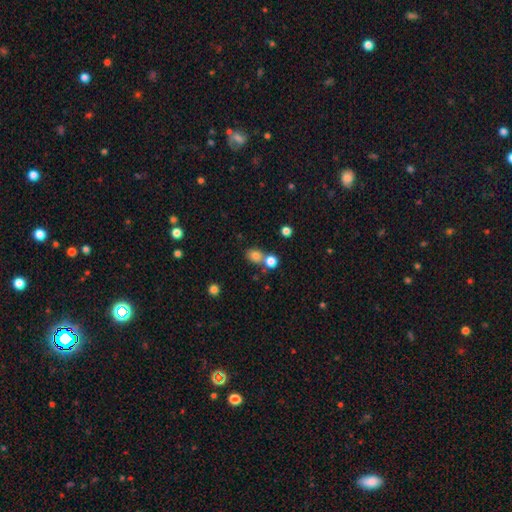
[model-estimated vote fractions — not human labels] smooth 79%, star or artifact 14%, featured or disk 7%. Down the decision tree: how rounded — round (63%); merging — none (55%).